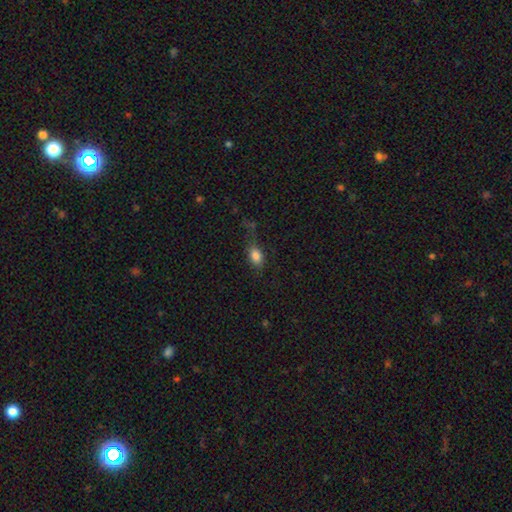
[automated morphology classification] type=smooth (82%); roundness=in between (81%); merging=none (54%).